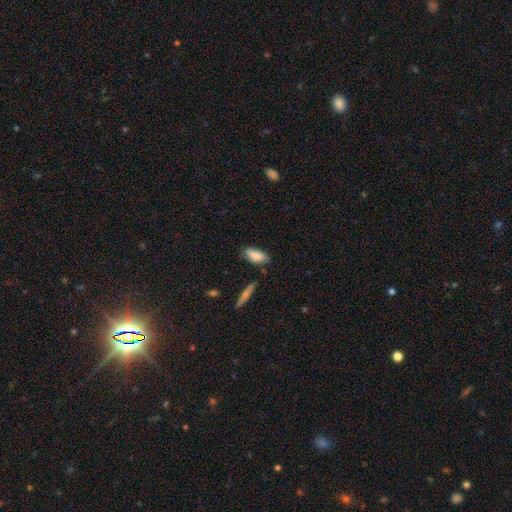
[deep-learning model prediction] Overall: smooth (84%). How rounded: in between (82%). Merging: none (68%).